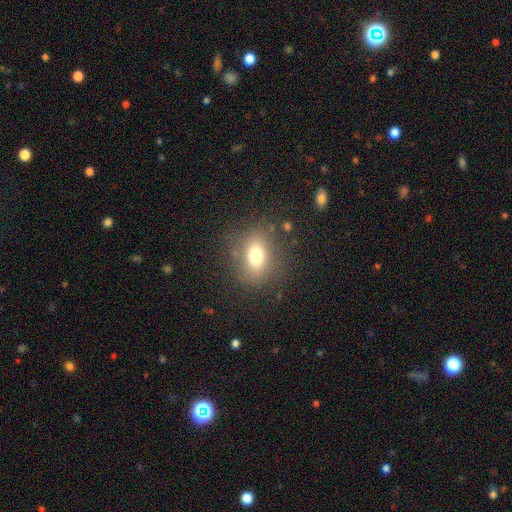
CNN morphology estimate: This is likely a smooth galaxy (74%). How rounded: likely in between (67%). Merging: likely none (79%).